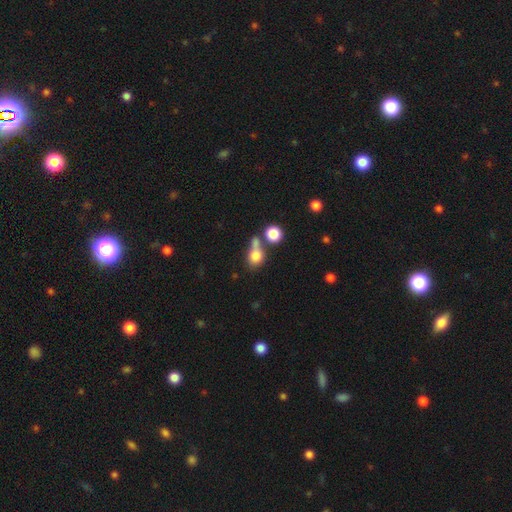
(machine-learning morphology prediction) The model was most divided on "merging": merger: 43%, none: 39%, minor disturbance: 11%, major disturbance: 7%. More confident: smooth or featured — smooth (80%); how rounded — round (67%).